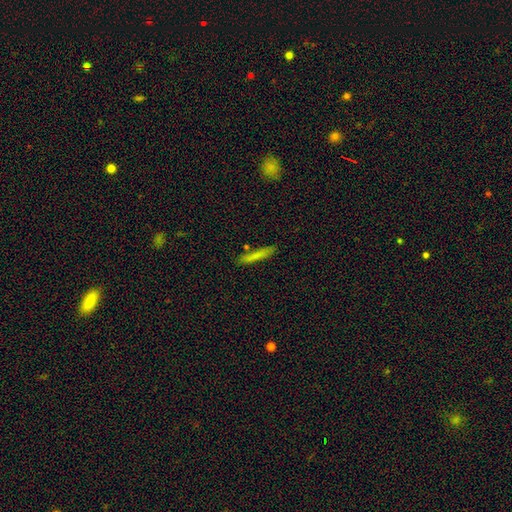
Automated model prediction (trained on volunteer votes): This appears to be a smooth galaxy with no disk features (74%) that is cigar-shaped (92%). Merging: none (82%).